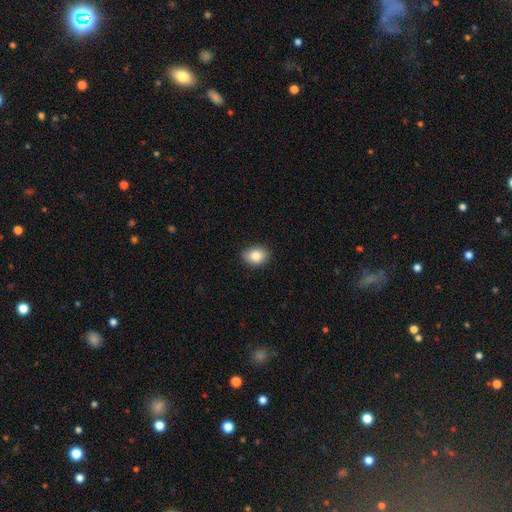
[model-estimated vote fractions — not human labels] This appears to be a smooth galaxy with no disk features (86%) that is in between round and cigar-shaped (67%). Merging: none (87%).